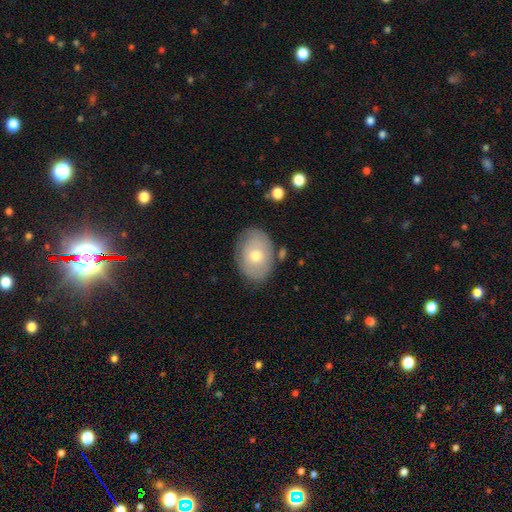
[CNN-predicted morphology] The model was most divided on "smooth or featured": smooth: 61%, featured or disk: 32%, star or artifact: 7%. More confident: merging — none (77%); how rounded — in between (75%).